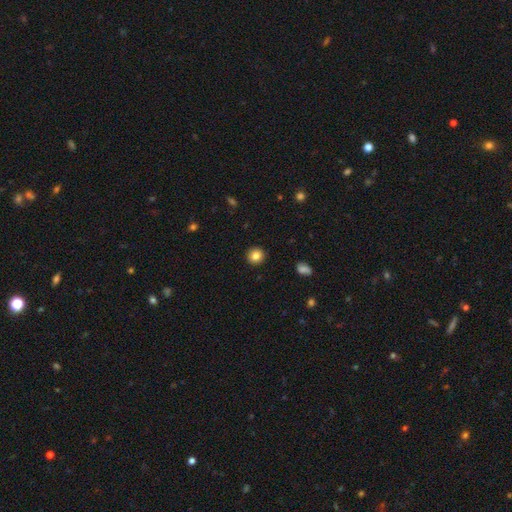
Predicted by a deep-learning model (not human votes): Overall: smooth (84%). How rounded: round (92%). Merging: none (93%).